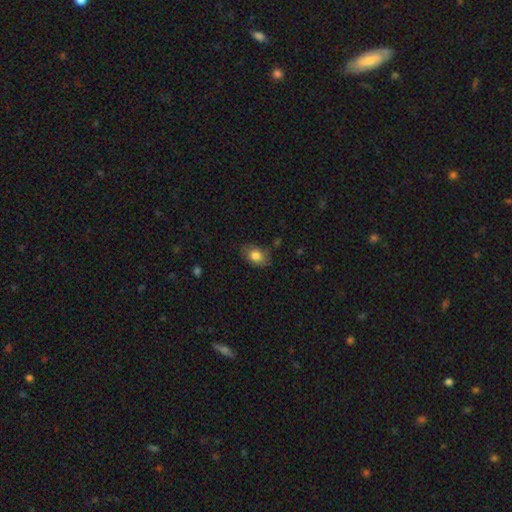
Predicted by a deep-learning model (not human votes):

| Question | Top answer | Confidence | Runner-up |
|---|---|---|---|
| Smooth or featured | smooth | 81% | featured or disk (10%) |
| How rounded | in between | 75% | round (23%) |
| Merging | none | 77% | minor disturbance (17%) |